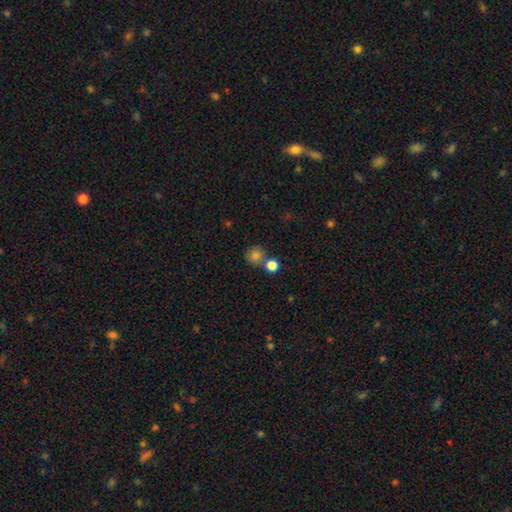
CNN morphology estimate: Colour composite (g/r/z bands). It shows a smooth galaxy with no disk features (79%) that is round (90%). Merging: none (66%).